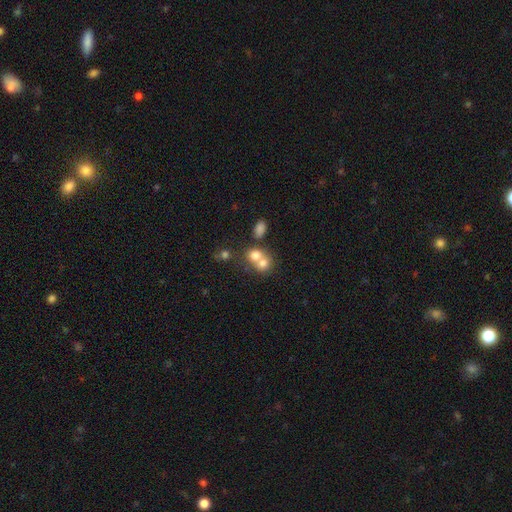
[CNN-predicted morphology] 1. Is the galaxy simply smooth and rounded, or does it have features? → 72% smooth, 16% featured or disk, 12% star or artifact.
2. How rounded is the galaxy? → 69% round, 29% in between, 1% cigar-shaped.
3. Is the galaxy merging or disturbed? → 59% merger, 31% none, 6% minor disturbance, 3% major disturbance.